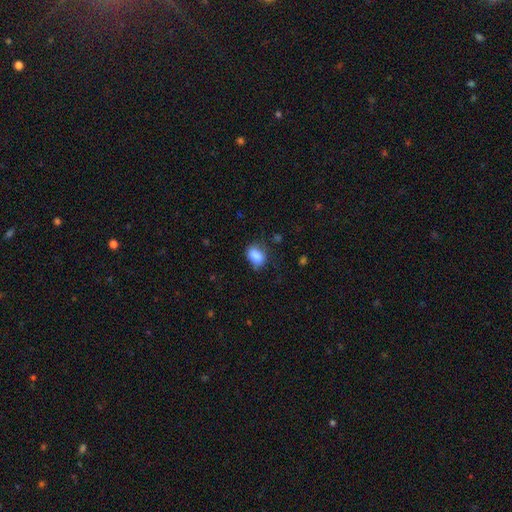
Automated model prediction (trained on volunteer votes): Smooth or featured? smooth (86%)
How rounded? in between (78%)
Merging? none (68%)